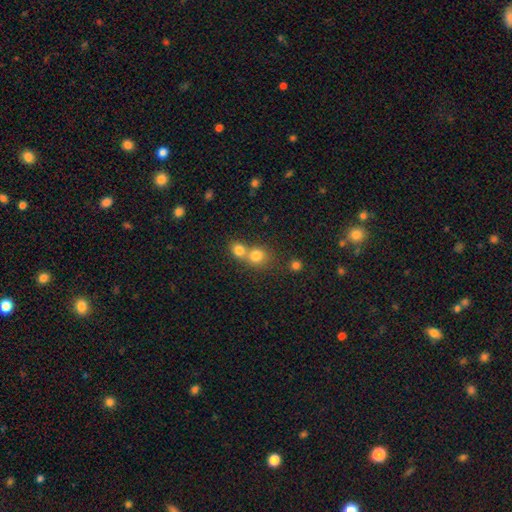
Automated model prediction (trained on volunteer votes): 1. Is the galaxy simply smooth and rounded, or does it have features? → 79% smooth, 13% star or artifact, 9% featured or disk.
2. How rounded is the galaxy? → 80% round, 19% in between, 1% cigar-shaped.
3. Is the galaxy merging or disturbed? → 56% merger, 37% none, 5% minor disturbance, 2% major disturbance.